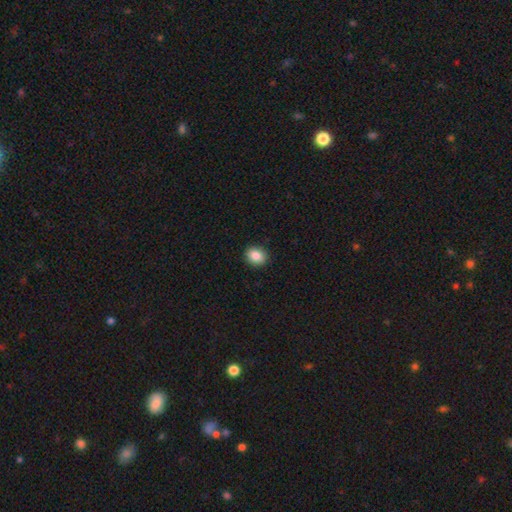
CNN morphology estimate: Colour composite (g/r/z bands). It shows a smooth galaxy with no disk features (88%) that is round (52%). Merging: none (90%).